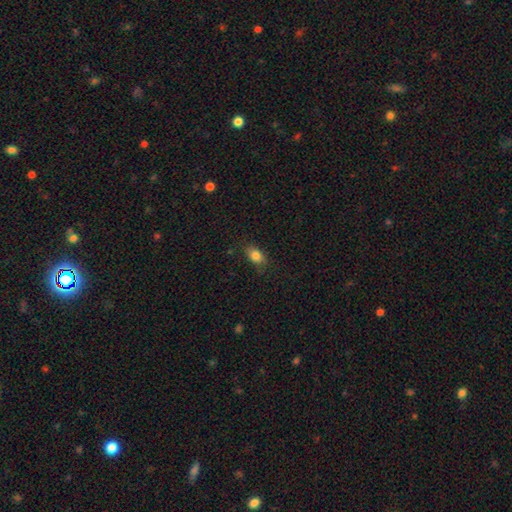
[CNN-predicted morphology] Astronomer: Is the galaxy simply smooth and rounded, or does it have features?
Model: smooth — 83%.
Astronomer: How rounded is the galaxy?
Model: in between — 83%.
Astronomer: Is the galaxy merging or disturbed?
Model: none — 82%.